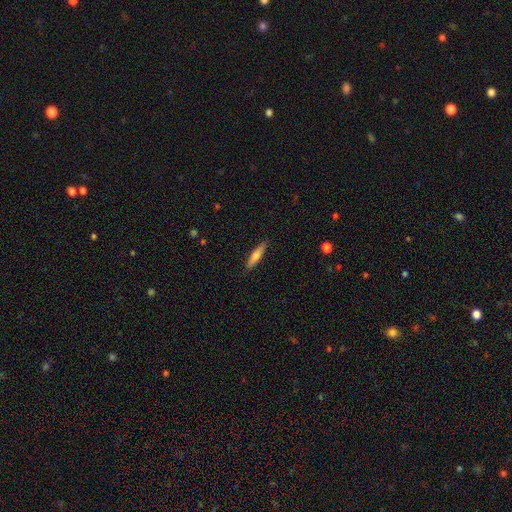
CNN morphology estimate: This is possibly a smooth galaxy (56%). How rounded: clearly cigar-shaped (82%). Merging: clearly none (89%).